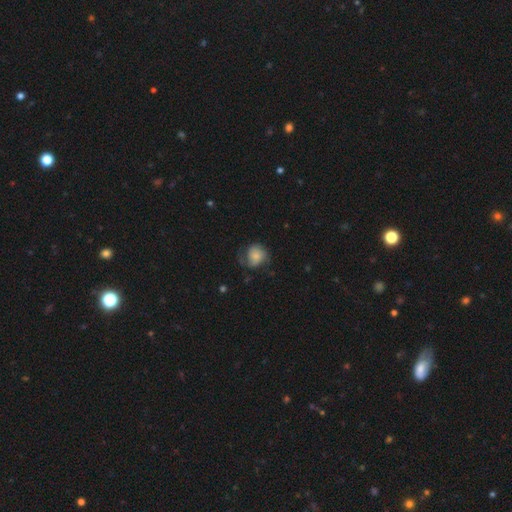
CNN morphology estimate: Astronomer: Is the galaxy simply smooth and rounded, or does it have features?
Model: smooth — 48% (runner-up: featured or disk, 43%).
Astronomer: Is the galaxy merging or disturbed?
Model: none — 52%.